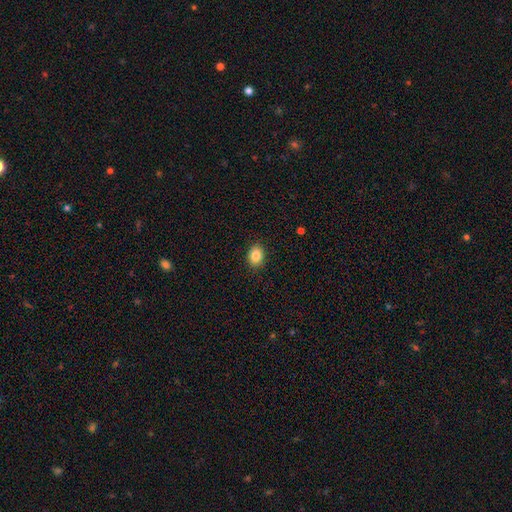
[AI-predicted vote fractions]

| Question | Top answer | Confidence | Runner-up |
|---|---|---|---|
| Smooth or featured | smooth | 86% | star or artifact (9%) |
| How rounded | in between | 68% | round (31%) |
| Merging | none | 90% | minor disturbance (7%) |